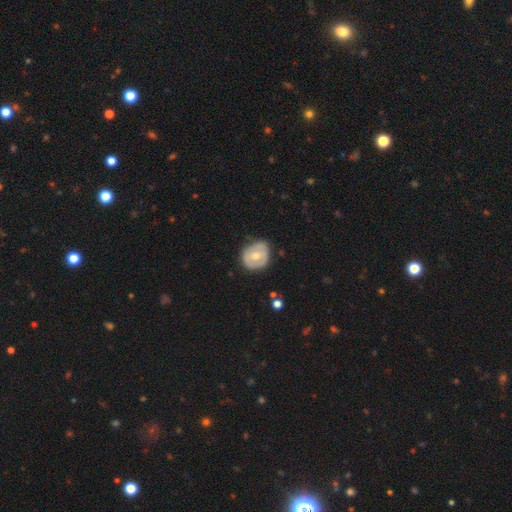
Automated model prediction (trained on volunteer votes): Smooth or featured? smooth (48%)
Merging? none (68%)